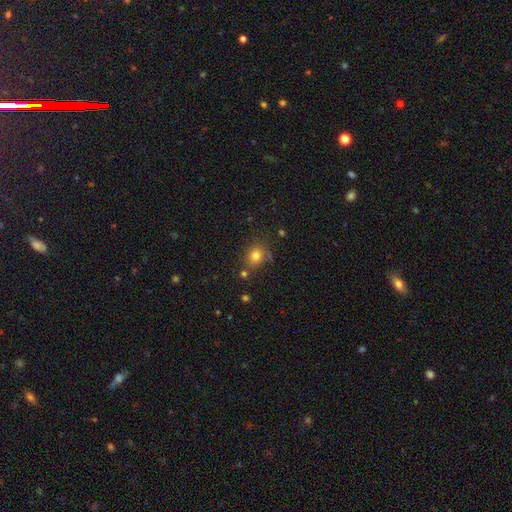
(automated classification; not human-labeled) A smooth galaxy with no disk features (78%) that is round (69%). Merging: none (72%).